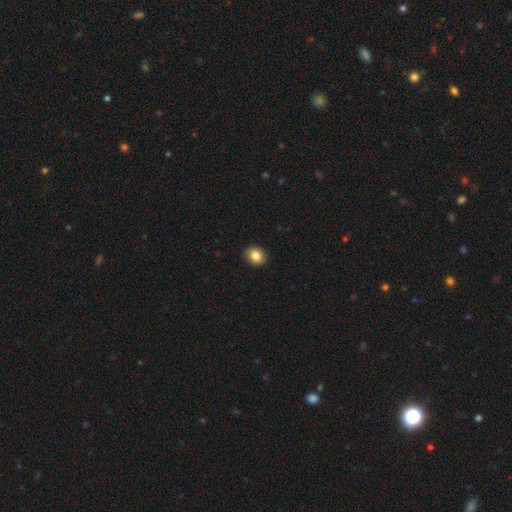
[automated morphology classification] Q: Smooth or featured?
A: smooth (85%); runner-up: star or artifact (9%)
Q: How rounded?
A: round (60%); runner-up: in between (39%)
Q: Merging?
A: none (90%); runner-up: minor disturbance (8%)